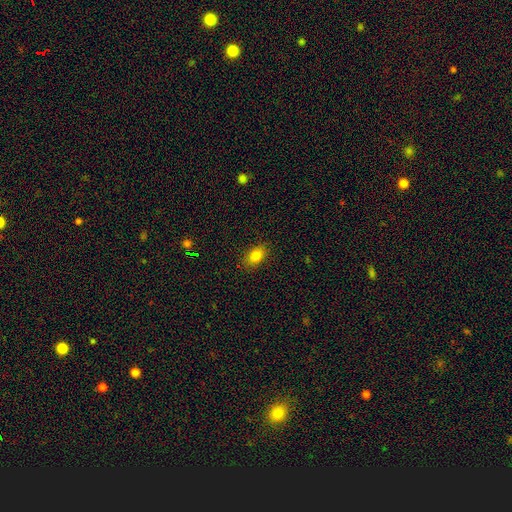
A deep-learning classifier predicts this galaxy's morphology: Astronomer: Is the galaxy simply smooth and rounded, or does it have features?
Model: smooth — 82%.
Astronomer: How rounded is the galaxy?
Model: in between — 82%.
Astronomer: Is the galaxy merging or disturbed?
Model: none — 87%.